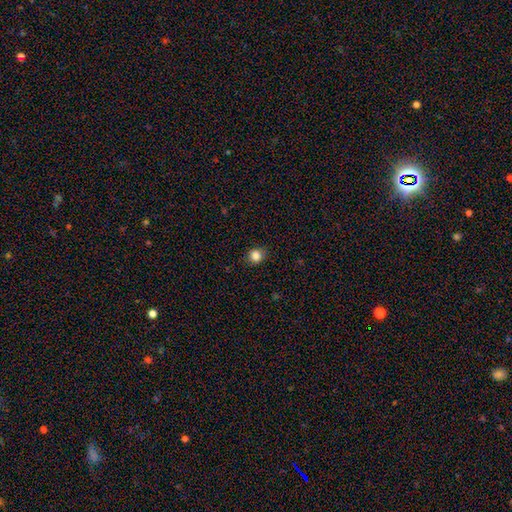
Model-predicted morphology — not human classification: Smooth or featured? Predicted: smooth (p=0.84). How rounded? Predicted: round (p=0.77). Merging? Predicted: none (p=0.85).